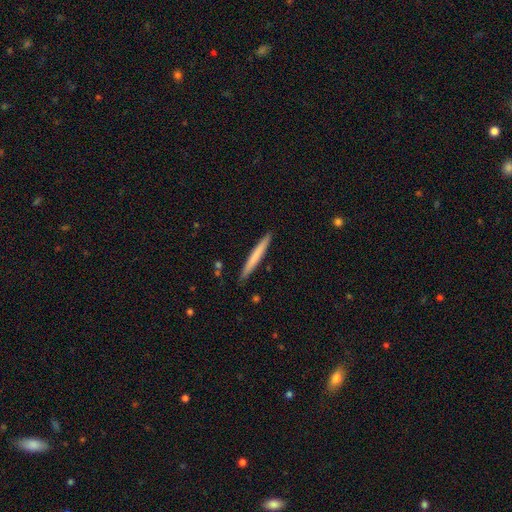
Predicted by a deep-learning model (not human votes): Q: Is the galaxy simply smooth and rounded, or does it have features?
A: smooth — 67%.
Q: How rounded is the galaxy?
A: cigar-shaped — 97%.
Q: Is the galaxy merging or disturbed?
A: none — 91%.